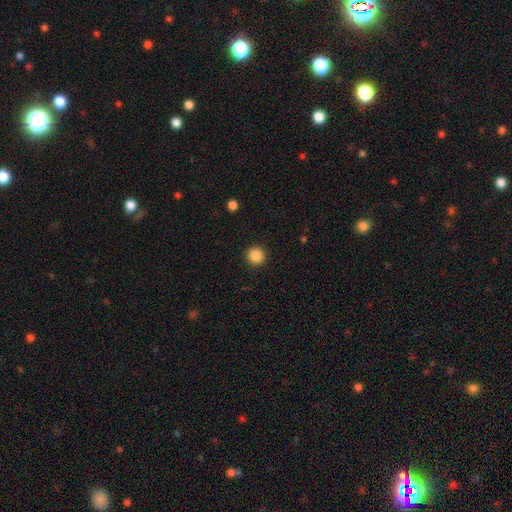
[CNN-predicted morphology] Q: Smooth or featured?
A: smooth (87%); runner-up: star or artifact (10%)
Q: How rounded?
A: round (94%); runner-up: in between (5%)
Q: Merging?
A: none (92%); runner-up: minor disturbance (5%)